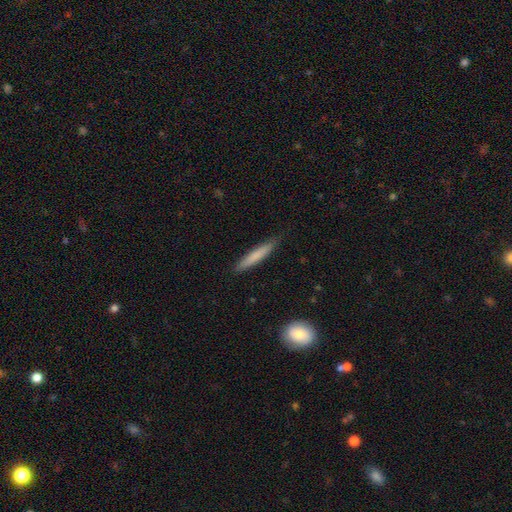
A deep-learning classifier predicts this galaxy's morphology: A smooth galaxy with no disk features (75%) that is cigar-shaped (93%).

Vote fractions:
- Smooth or featured? smooth: 75% / featured or disk: 20% / star or artifact: 6%
- How rounded? cigar-shaped: 93% / in between: 5% / round: 1%
- Merging? none: 85% / minor disturbance: 11% / major disturbance: 2% / merger: 1%